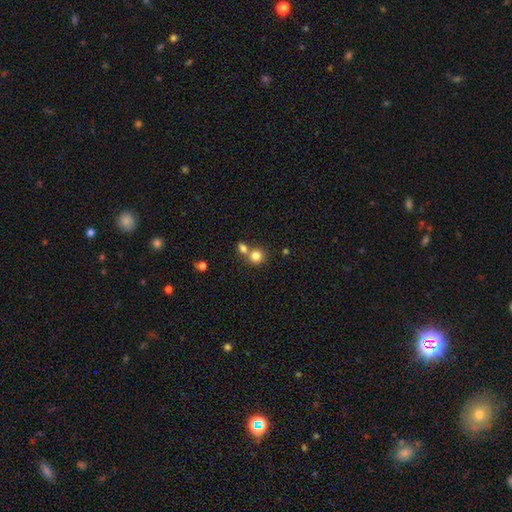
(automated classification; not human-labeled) Smooth or featured: smooth — 80% (star or artifact — 11%)
How rounded: round — 84% (in between — 15%)
Merging: none — 49% (merger — 42%)